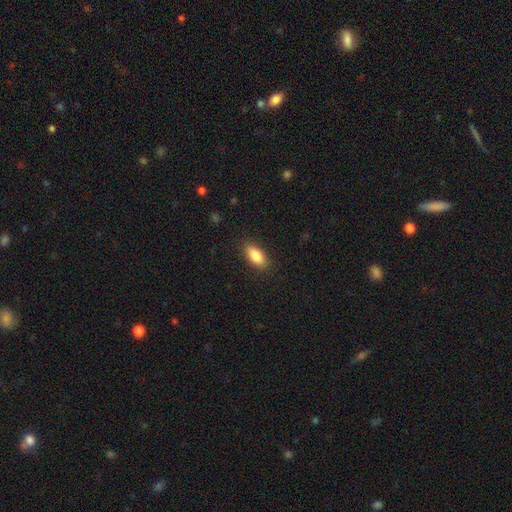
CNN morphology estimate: Smooth or featured? smooth (85%)
How rounded? in between (88%)
Merging? none (88%)